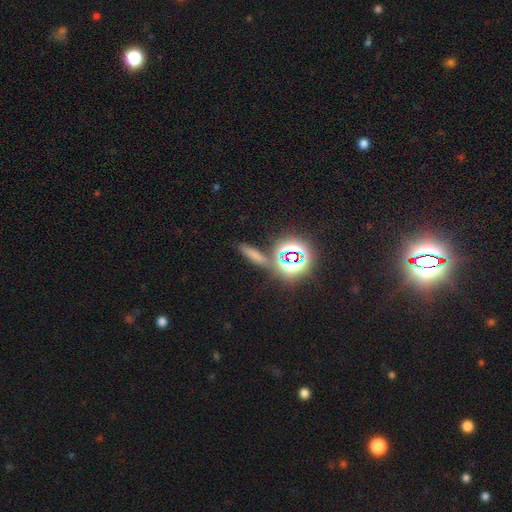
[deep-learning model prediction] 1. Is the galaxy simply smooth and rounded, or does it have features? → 56% smooth, 32% star or artifact, 11% featured or disk.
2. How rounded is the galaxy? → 66% cigar-shaped, 22% in between, 12% round.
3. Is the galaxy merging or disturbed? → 77% none, 10% merger, 9% minor disturbance, 4% major disturbance.